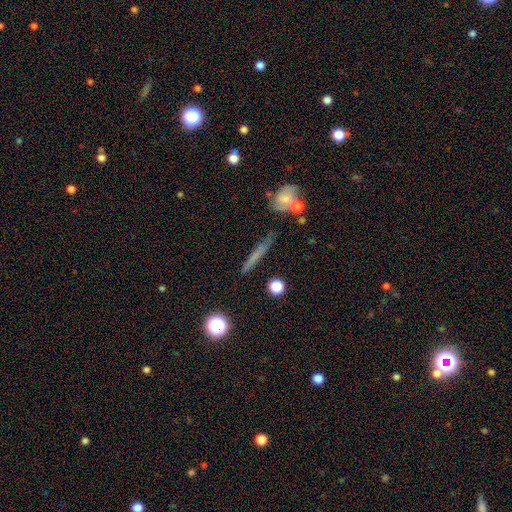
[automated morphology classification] smooth_or_featured: smooth (p=0.57) [alt: featured or disk p=0.33]
how_rounded: cigar-shaped (p=0.88) [alt: round p=0.06]
merging: none (p=0.80) [alt: minor disturbance p=0.12]